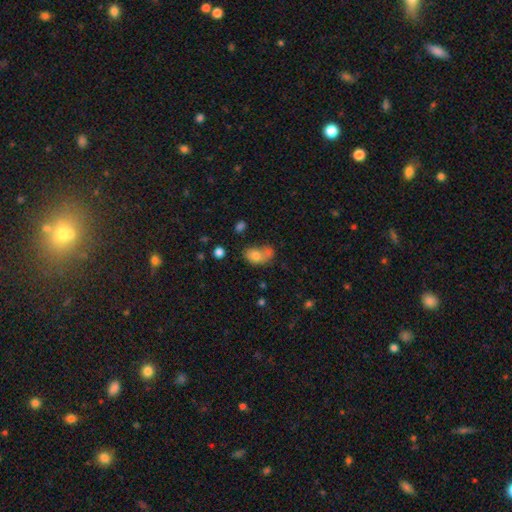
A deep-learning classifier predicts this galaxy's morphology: Smooth or featured? Predicted: smooth (p=0.75). How rounded? Predicted: in between (p=0.77). Merging? Predicted: merger (p=0.38).